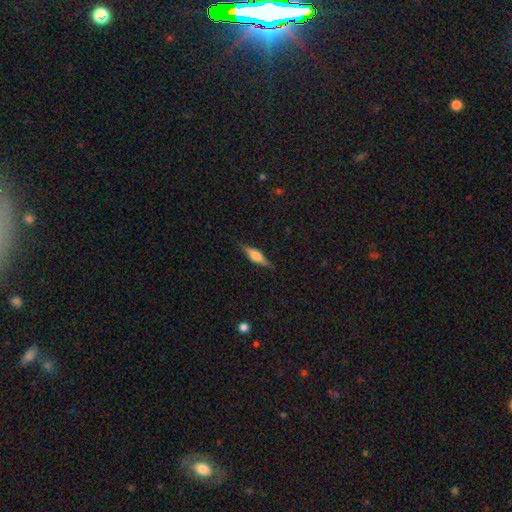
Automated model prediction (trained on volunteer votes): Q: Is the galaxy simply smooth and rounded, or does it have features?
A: featured or disk — 63%.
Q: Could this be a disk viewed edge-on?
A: yes — 97%.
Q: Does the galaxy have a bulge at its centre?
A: rounded — 86%.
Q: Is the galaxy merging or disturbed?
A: none — 88%.